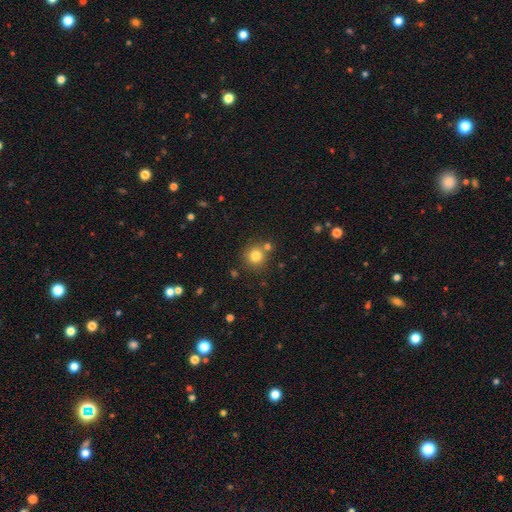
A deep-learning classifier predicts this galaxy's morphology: A smooth galaxy with no disk features (80%) that is round (92%).

Vote fractions:
- Smooth or featured? smooth: 80% / star or artifact: 13% / featured or disk: 8%
- How rounded? round: 92% / in between: 7% / cigar-shaped: 1%
- Merging? none: 73% / merger: 16% / minor disturbance: 9% / major disturbance: 3%